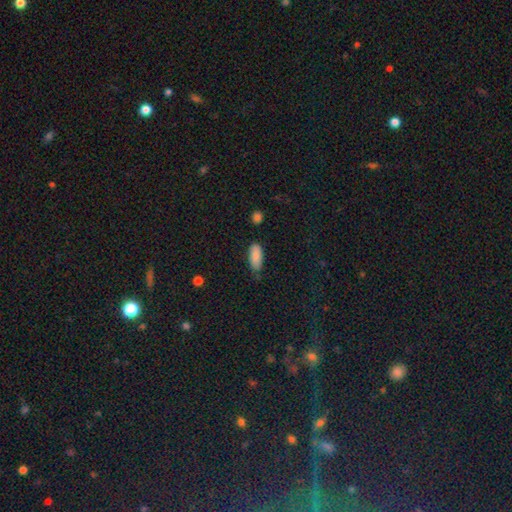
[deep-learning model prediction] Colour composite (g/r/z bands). It shows a smooth galaxy with no disk features (85%) that is in between round and cigar-shaped (86%). Merging: none (69%).